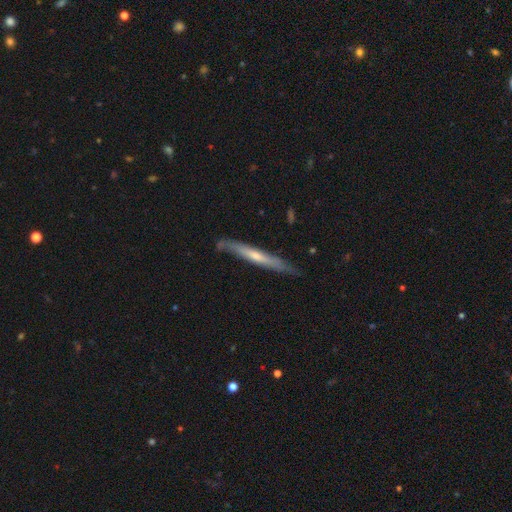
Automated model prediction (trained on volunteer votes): Q: Smooth or featured?
A: featured or disk (57%); runner-up: smooth (37%)
Q: Edge-on disk?
A: yes (91%); runner-up: no (9%)
Q: Edge-on bulge?
A: none (48%); runner-up: rounded (46%)
Q: Merging?
A: none (78%); runner-up: minor disturbance (18%)